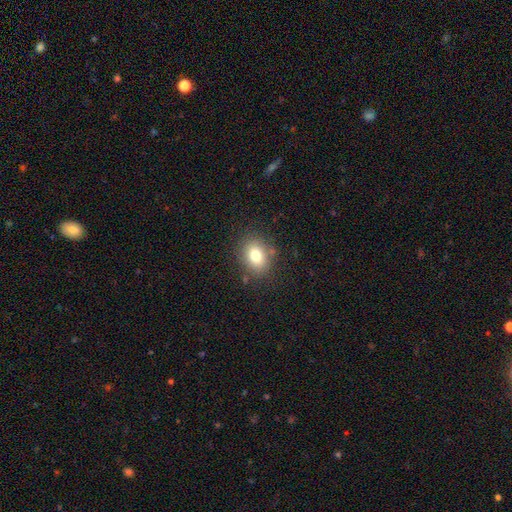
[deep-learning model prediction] smooth-or-featured: smooth: 79% | star or artifact: 11% | featured or disk: 10%
  how-rounded: in between: 55% | round: 44% | cigar-shaped: 1%
  merging: none: 82% | minor disturbance: 11% | major disturbance: 4% | merger: 3%